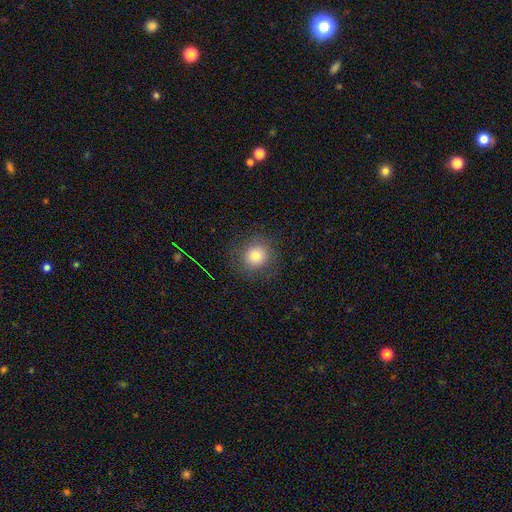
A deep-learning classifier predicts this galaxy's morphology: The model was most divided on "smooth or featured": smooth: 78%, star or artifact: 12%, featured or disk: 10%. More confident: how rounded — round (90%); merging — none (85%).